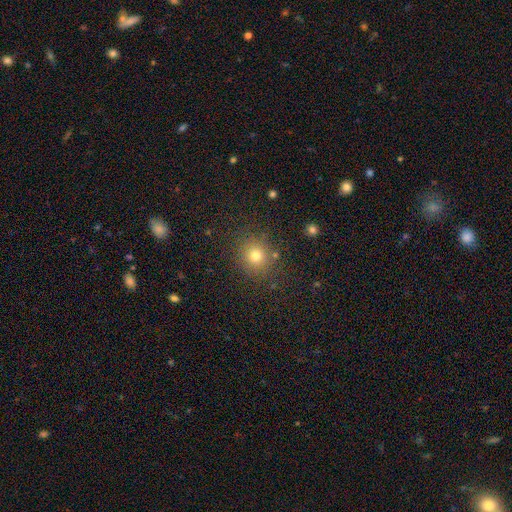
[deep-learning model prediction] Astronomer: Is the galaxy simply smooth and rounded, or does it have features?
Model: smooth — 75%.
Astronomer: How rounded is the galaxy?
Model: round — 89%.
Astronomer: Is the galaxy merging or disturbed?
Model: none — 85%.